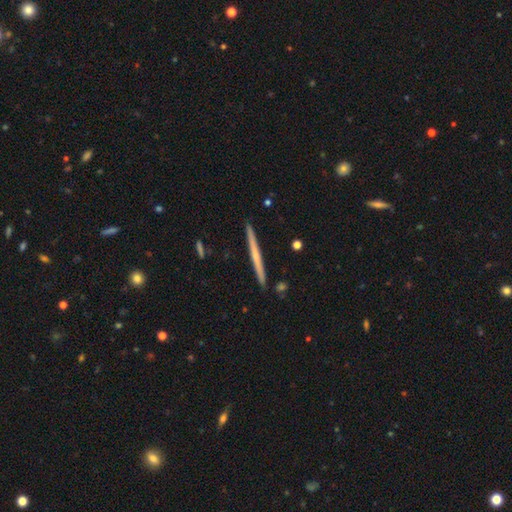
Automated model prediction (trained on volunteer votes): A featured or disk galaxy (60%) viewed edge-on (98%) with no central bulge (61%). Merging: none (92%).